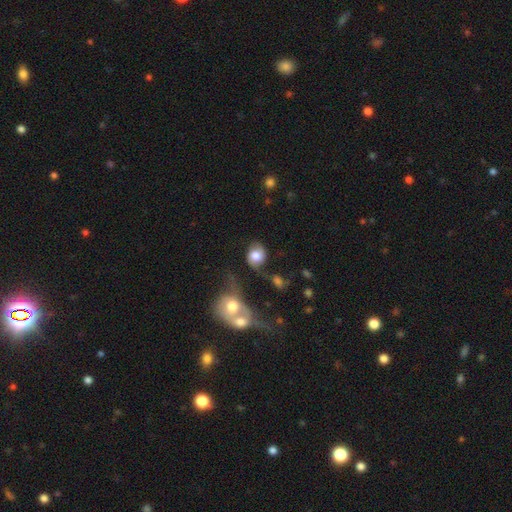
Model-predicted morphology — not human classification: smooth 61%, featured or disk 31%, star or artifact 8%. Down the decision tree: how rounded — round (60%); merging — none (44%).